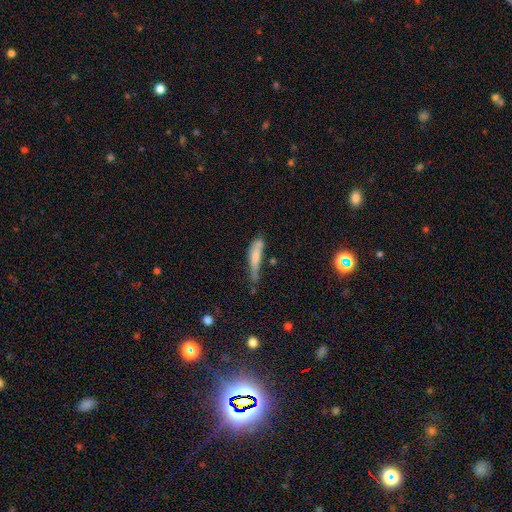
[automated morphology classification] Smooth or featured?
  - smooth: 66% *
  - featured or disk: 26%
  - star or artifact: 9%
How rounded?
  - cigar-shaped: 77% *
  - in between: 21%
  - round: 2%
Merging?
  - none: 36% *
  - minor disturbance: 34%
  - major disturbance: 18%
  - merger: 12%